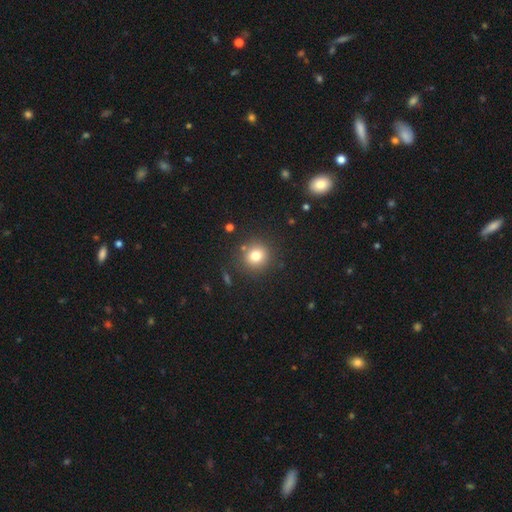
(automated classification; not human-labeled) This appears to be a smooth galaxy with no disk features (79%) that is round (90%). Merging: none (86%).